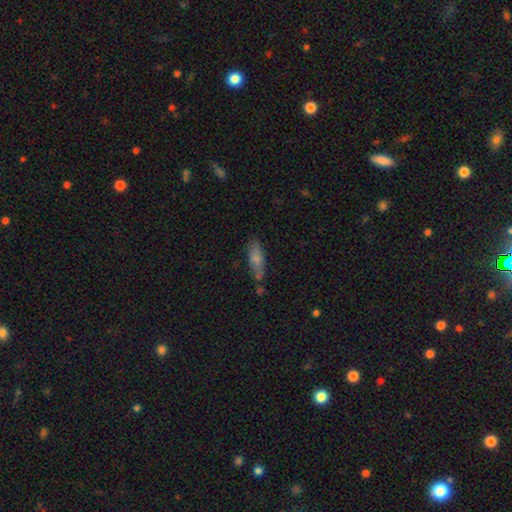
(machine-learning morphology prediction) This appears to be a smooth galaxy with no disk features (61%) that is cigar-shaped (51%). Merging: none (68%).